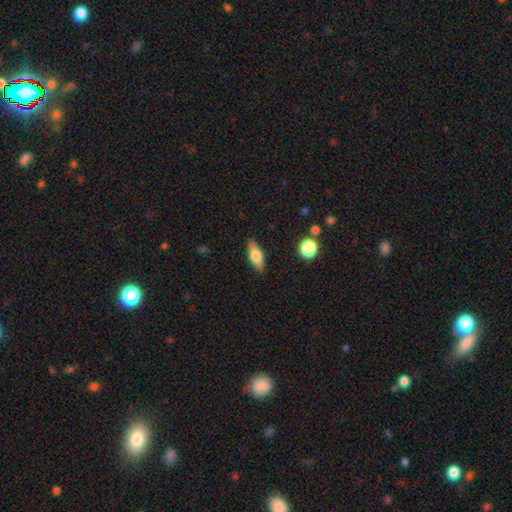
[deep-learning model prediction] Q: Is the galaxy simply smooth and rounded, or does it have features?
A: smooth — 62%.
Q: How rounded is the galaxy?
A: in between — 67%.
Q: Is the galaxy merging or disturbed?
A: none — 87%.